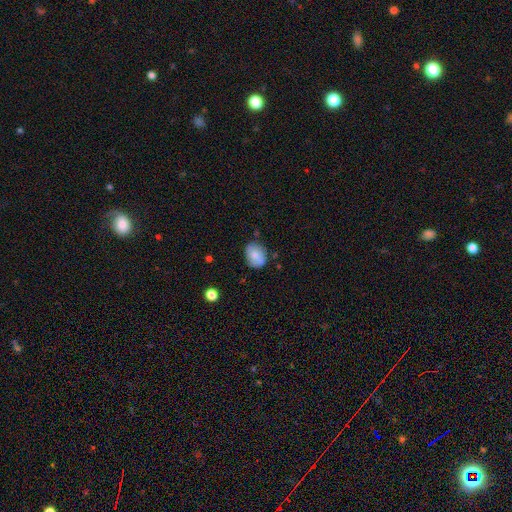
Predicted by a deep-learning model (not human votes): Smooth or featured: smooth — 75% (featured or disk — 17%)
How rounded: in between — 65% (round — 34%)
Merging: none — 73% (minor disturbance — 20%)